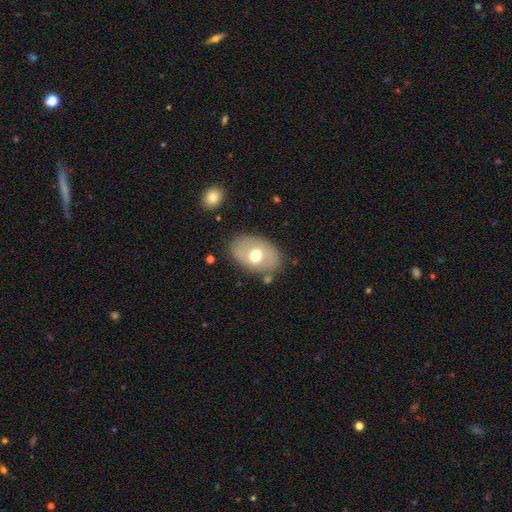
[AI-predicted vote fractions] smooth 59%, featured or disk 33%, star or artifact 7%. Down the decision tree: how rounded — in between (83%); merging — none (78%).